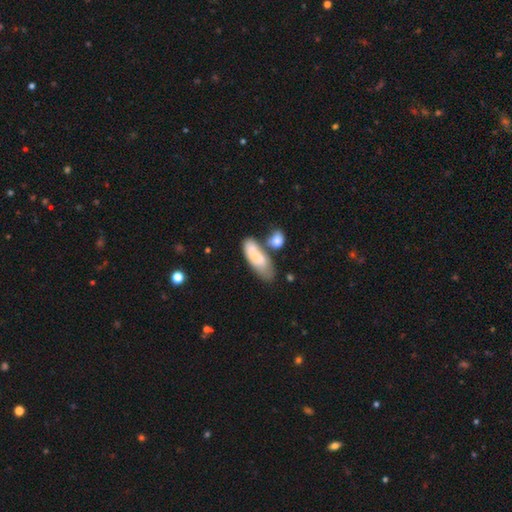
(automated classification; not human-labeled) Q: Smooth or featured?
A: smooth (73%); runner-up: featured or disk (20%)
Q: How rounded?
A: in between (72%); runner-up: cigar-shaped (26%)
Q: Merging?
A: none (38%); runner-up: merger (31%)